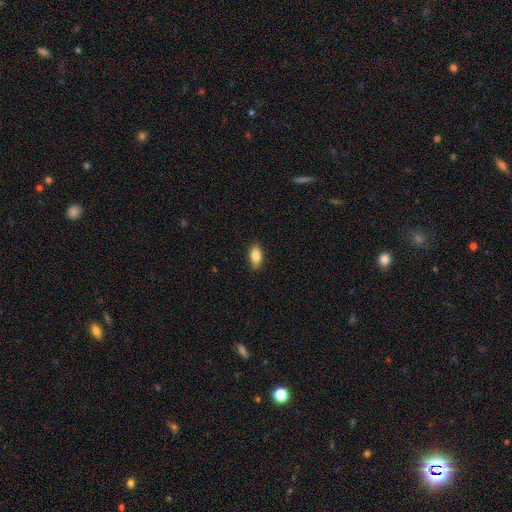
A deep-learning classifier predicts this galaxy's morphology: The model was most divided on "smooth or featured": smooth: 85%, featured or disk: 8%, star or artifact: 7%. More confident: how rounded — in between (89%); merging — none (88%).